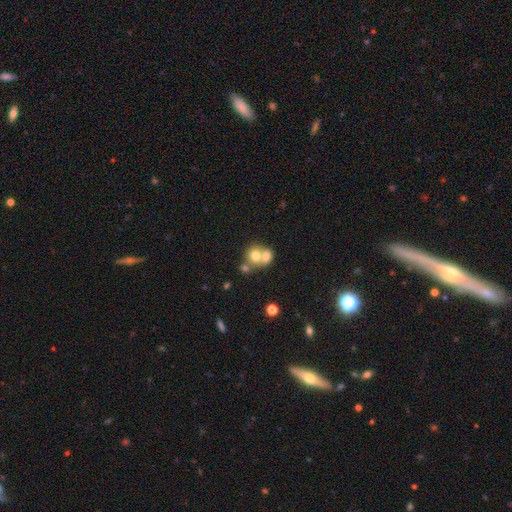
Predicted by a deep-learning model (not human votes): smooth 67%, featured or disk 22%, star or artifact 11%. Down the decision tree: how rounded — round (73%); merging — merger (64%).